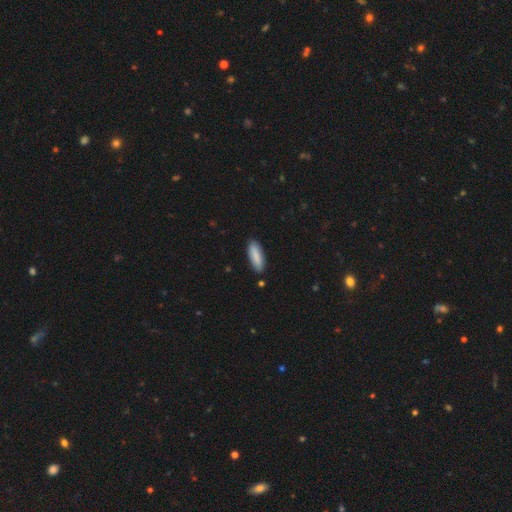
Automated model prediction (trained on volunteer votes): Morphology: type=smooth (86%); roundness=in between (55%); merging=none (87%).